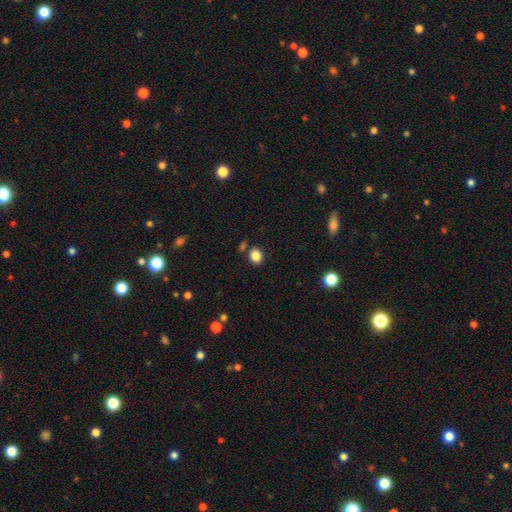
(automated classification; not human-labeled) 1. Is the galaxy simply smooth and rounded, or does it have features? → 85% smooth, 11% star or artifact, 5% featured or disk.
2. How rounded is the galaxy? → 65% round, 34% in between, 1% cigar-shaped.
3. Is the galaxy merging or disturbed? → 81% none, 9% minor disturbance, 7% merger, 3% major disturbance.